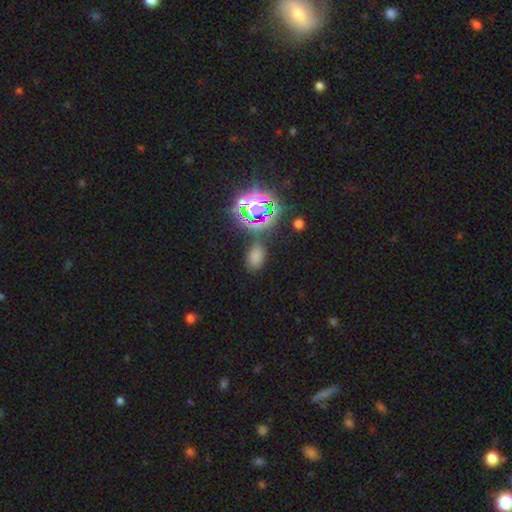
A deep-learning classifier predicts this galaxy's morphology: smooth_or_featured: smooth (p=0.62) [alt: star or artifact p=0.31]
how_rounded: in between (p=0.85) [alt: round p=0.12]
merging: none (p=0.76) [alt: minor disturbance p=0.13]